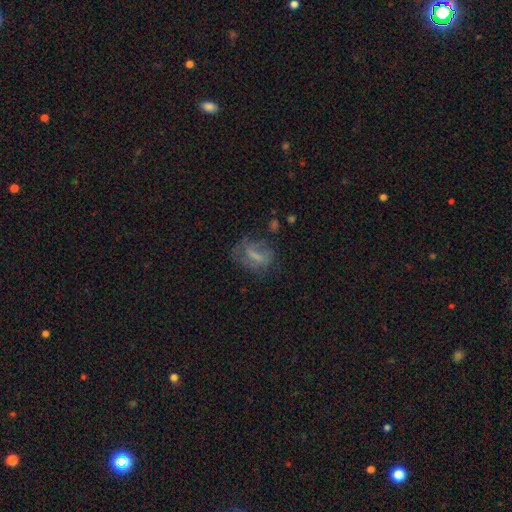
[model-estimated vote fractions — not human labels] smooth_or_featured: smooth (p=0.44) [alt: featured or disk p=0.43]
merging: none (p=0.45) [alt: major disturbance p=0.27]